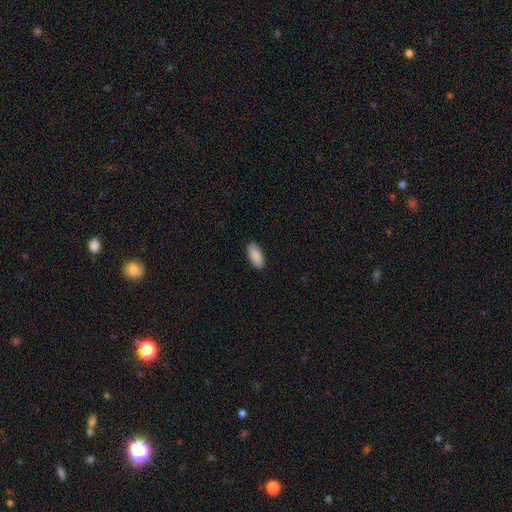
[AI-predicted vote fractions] Morphology: type=smooth (90%); roundness=in between (87%); merging=none (88%).